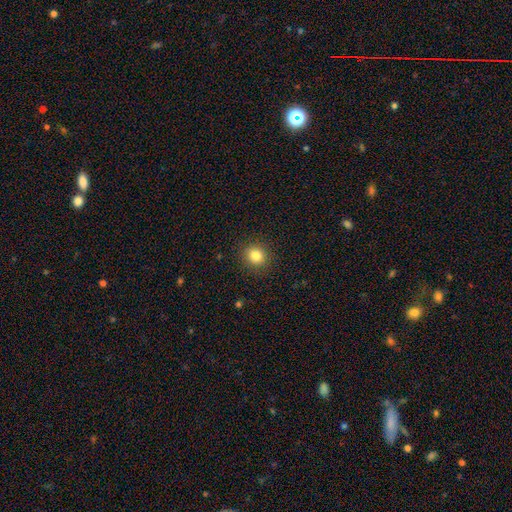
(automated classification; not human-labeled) Smooth or featured? smooth (83%)
How rounded? round (80%)
Merging? none (90%)